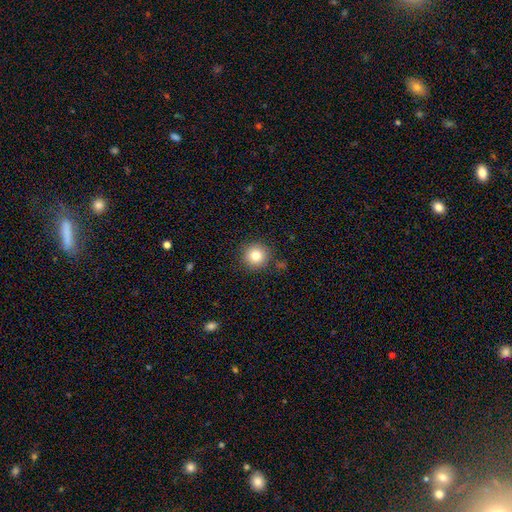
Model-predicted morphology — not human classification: Smooth or featured? smooth (81%)
How rounded? round (94%)
Merging? none (88%)